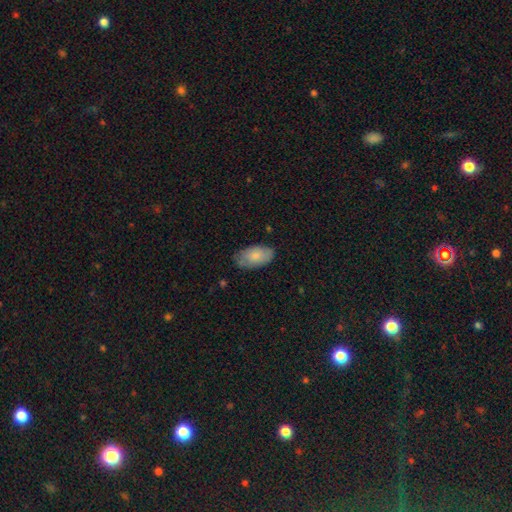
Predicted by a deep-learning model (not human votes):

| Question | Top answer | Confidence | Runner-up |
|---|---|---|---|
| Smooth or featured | smooth | 81% | featured or disk (13%) |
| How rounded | in between | 95% | round (3%) |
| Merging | none | 75% | minor disturbance (20%) |